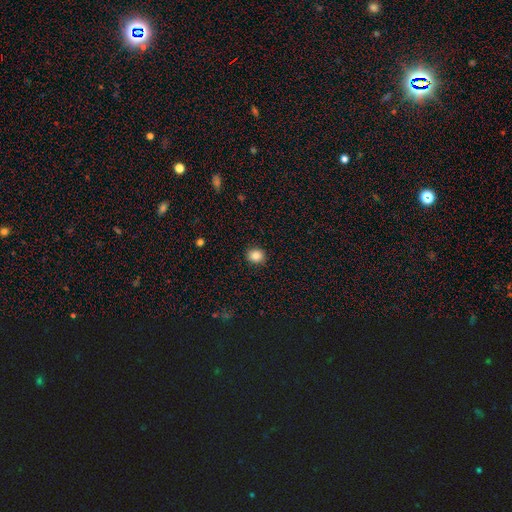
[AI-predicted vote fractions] This appears to be a smooth galaxy with no disk features (84%) that is round (74%). Merging: none (91%).